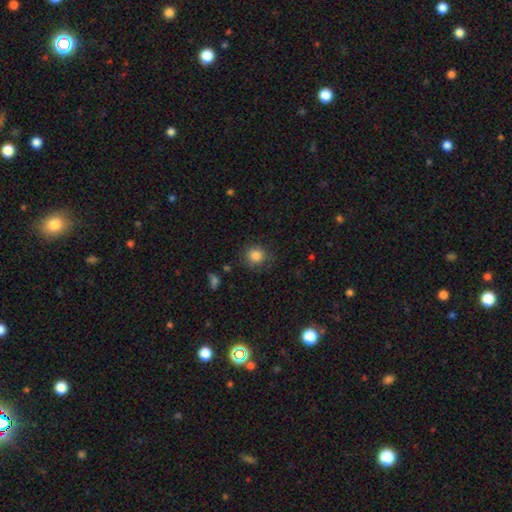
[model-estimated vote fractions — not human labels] The model was most divided on "merging": none: 78%, minor disturbance: 16%, major disturbance: 5%, merger: 2%. More confident: how rounded — round (89%); smooth or featured — smooth (84%).